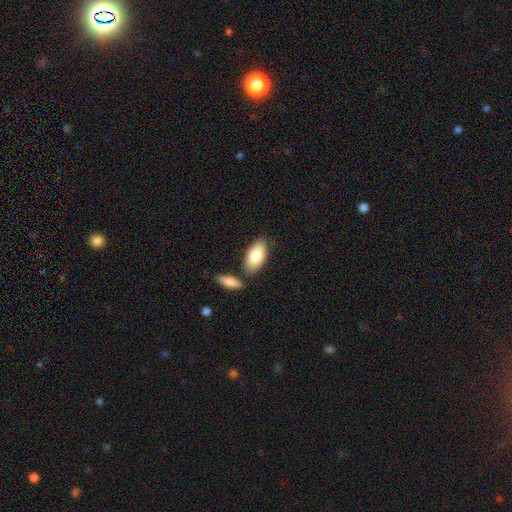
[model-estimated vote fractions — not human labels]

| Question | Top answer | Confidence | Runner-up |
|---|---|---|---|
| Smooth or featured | smooth | 82% | featured or disk (12%) |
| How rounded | in between | 93% | cigar-shaped (4%) |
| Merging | none | 72% | merger (13%) |